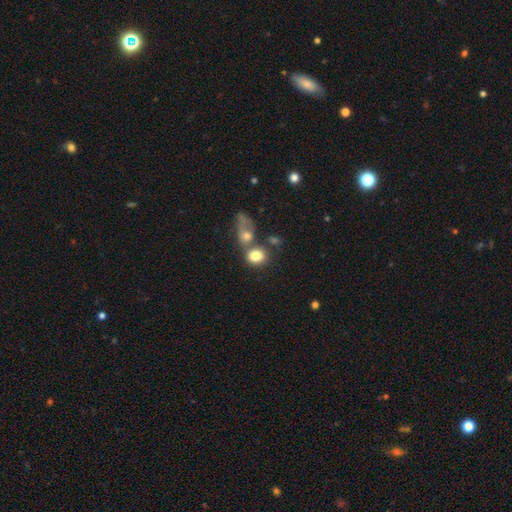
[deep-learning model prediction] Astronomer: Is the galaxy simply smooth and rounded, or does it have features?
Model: smooth — 78%.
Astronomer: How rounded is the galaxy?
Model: round — 59% (runner-up: in between, 39%).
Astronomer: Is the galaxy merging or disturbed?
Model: none — 41% (runner-up: merger, 39%).